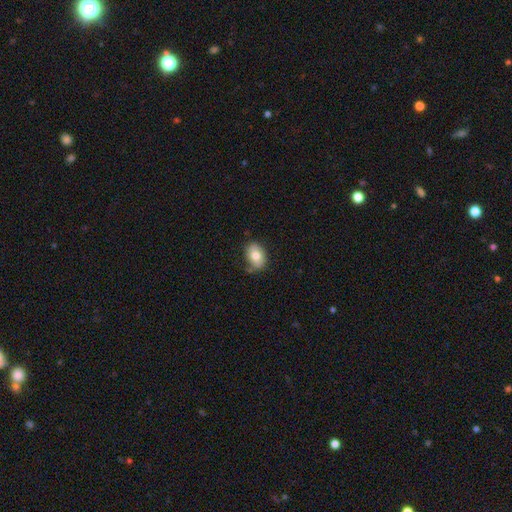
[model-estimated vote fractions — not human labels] Smooth or featured: smooth — 76% (featured or disk — 16%)
How rounded: in between — 75% (round — 24%)
Merging: none — 70% (minor disturbance — 22%)